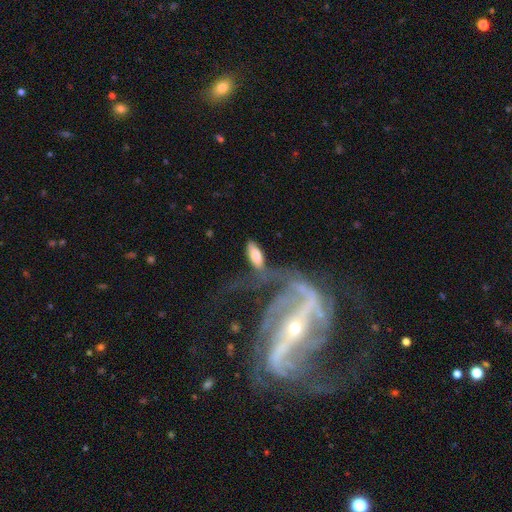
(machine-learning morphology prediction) Overall: smooth (68%). How rounded: in between (81%). Merging: none (37%; merger 30%).